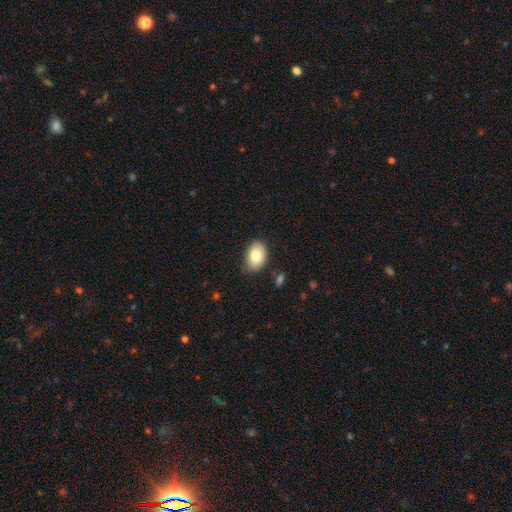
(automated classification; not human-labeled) Smooth or featured?
  - smooth: 81% *
  - featured or disk: 12%
  - star or artifact: 8%
How rounded?
  - in between: 82% *
  - round: 17%
  - cigar-shaped: 1%
Merging?
  - none: 75% *
  - minor disturbance: 20%
  - major disturbance: 3%
  - merger: 2%